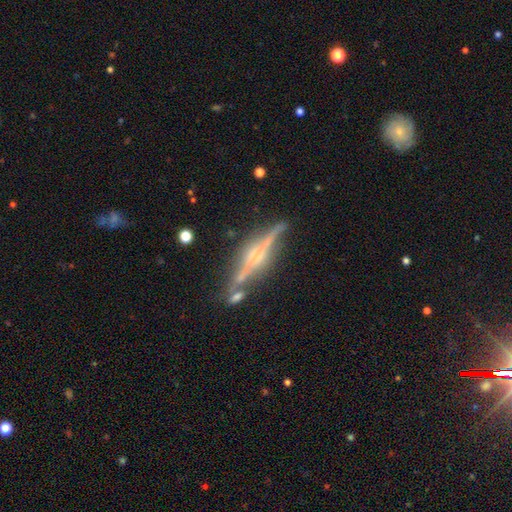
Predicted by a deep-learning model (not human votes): This is clearly a featured or disk galaxy (85%). It is clearly viewed edge-on (96%). Edge-on bulge: clearly rounded (81%). Merging: likely none (74%).